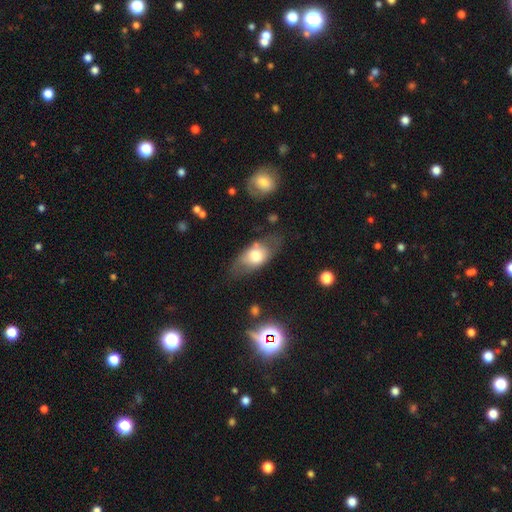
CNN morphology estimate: smooth 64%, featured or disk 28%, star or artifact 7%. Down the decision tree: how rounded — in between (86%); merging — none (63%).